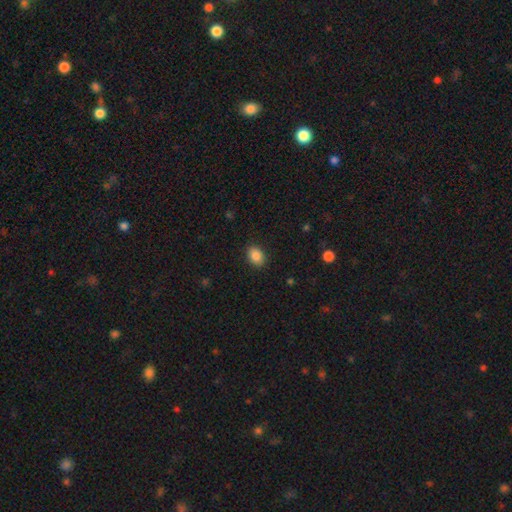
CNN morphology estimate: Smooth or featured? smooth (87%)
How rounded? in between (76%)
Merging? none (88%)